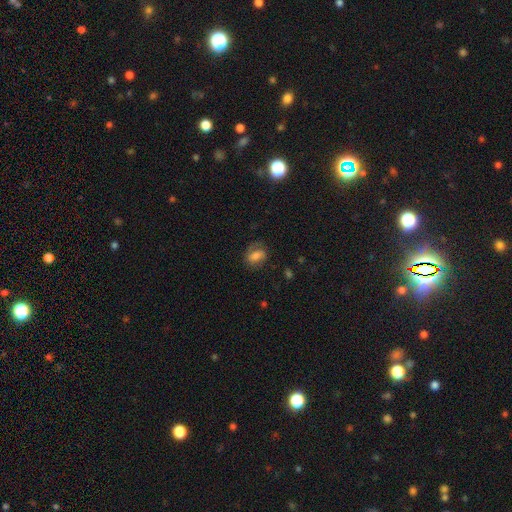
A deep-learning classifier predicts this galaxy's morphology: smooth-or-featured: smooth: 58% | featured or disk: 32% | star or artifact: 10%
  how-rounded: in between: 65% | round: 33% | cigar-shaped: 2%
  merging: none: 61% | minor disturbance: 23% | major disturbance: 15% | merger: 2%